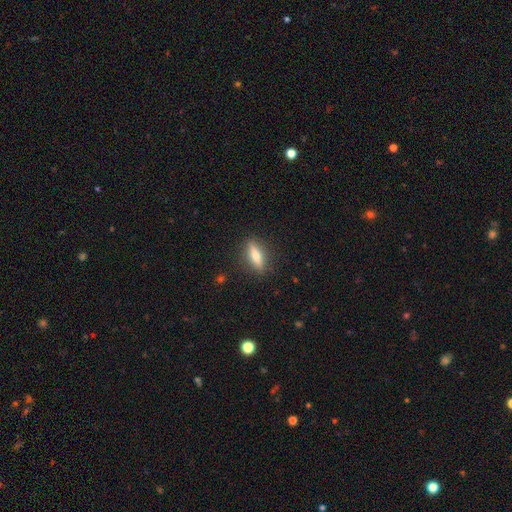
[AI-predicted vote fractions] Smooth or featured? smooth (53%)
How rounded? cigar-shaped (63%)
Merging? none (88%)